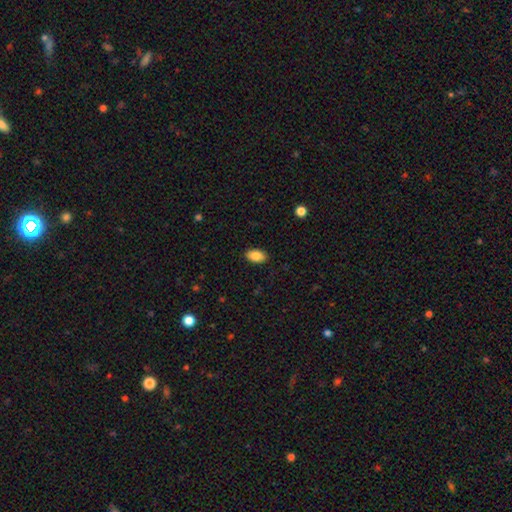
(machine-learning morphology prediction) The model was most divided on "smooth or featured": smooth: 87%, star or artifact: 8%, featured or disk: 5%. More confident: how rounded — in between (93%); merging — none (88%).